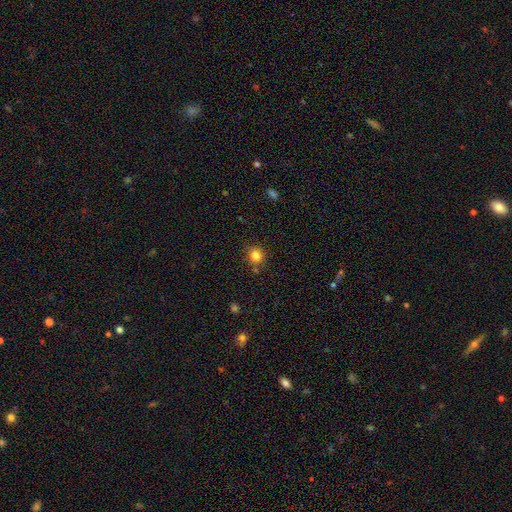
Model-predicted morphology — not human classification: Smooth or featured? Predicted: smooth (p=0.81). How rounded? Predicted: round (p=0.86). Merging? Predicted: none (p=0.80).